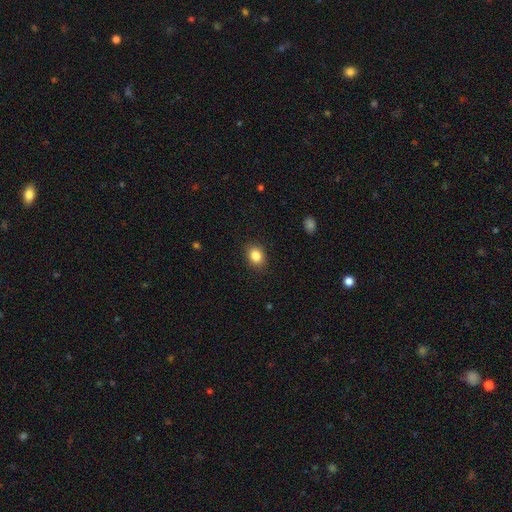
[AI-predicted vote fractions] A smooth galaxy with no disk features (85%) that is in between round and cigar-shaped (54%). Merging: none (88%).